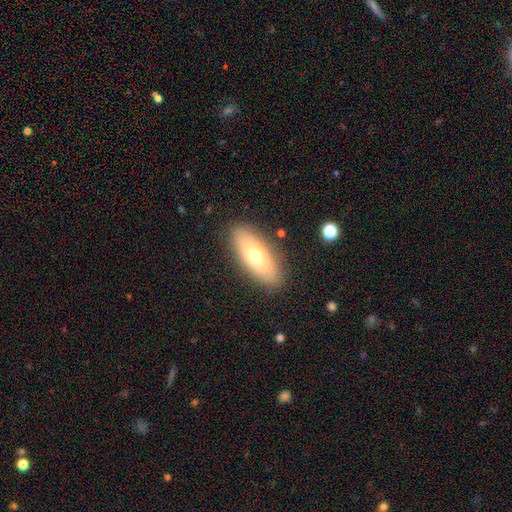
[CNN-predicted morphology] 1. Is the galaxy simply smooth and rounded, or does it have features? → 65% smooth, 27% featured or disk, 7% star or artifact.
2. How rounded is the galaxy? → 74% in between, 22% cigar-shaped, 3% round.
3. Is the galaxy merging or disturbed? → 87% none, 9% minor disturbance, 3% major disturbance, 1% merger.